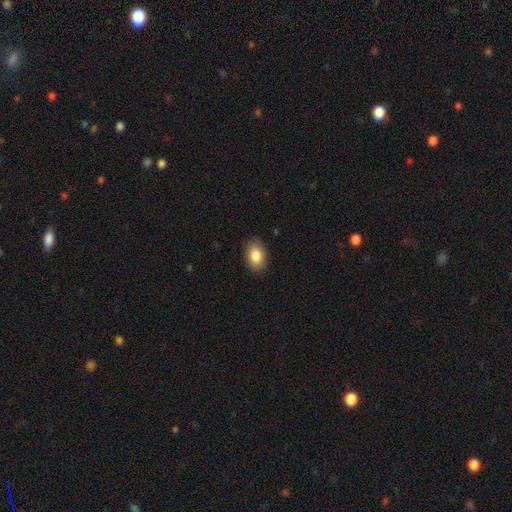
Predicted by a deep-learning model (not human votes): Q: Smooth or featured?
A: smooth (86%); runner-up: star or artifact (8%)
Q: How rounded?
A: in between (86%); runner-up: round (12%)
Q: Merging?
A: none (87%); runner-up: minor disturbance (10%)